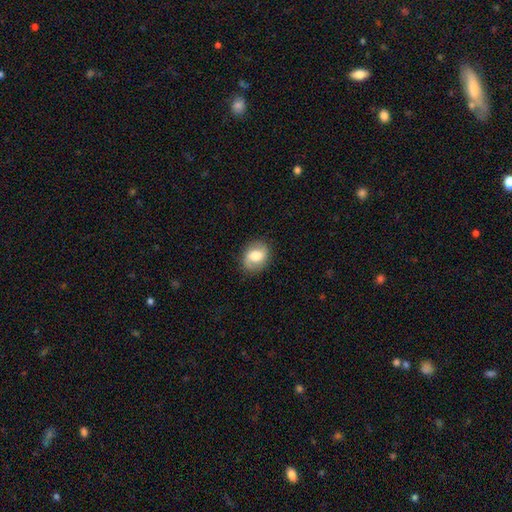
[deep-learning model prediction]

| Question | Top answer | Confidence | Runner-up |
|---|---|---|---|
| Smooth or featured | smooth | 53% | featured or disk (40%) |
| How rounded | round | 52% | in between (47%) |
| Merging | none | 85% | minor disturbance (11%) |